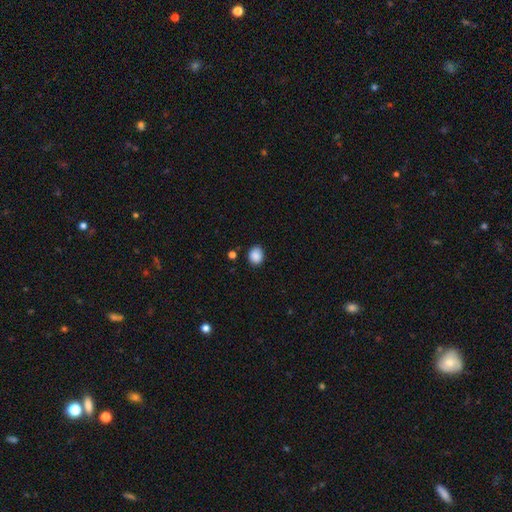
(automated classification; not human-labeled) Smooth or featured? smooth (88%)
How rounded? round (65%)
Merging? none (86%)